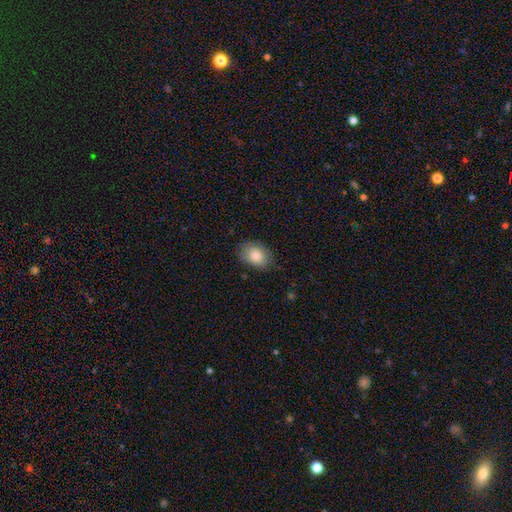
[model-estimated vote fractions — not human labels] Morphology: type=smooth (83%); roundness=in between (81%); merging=none (81%).